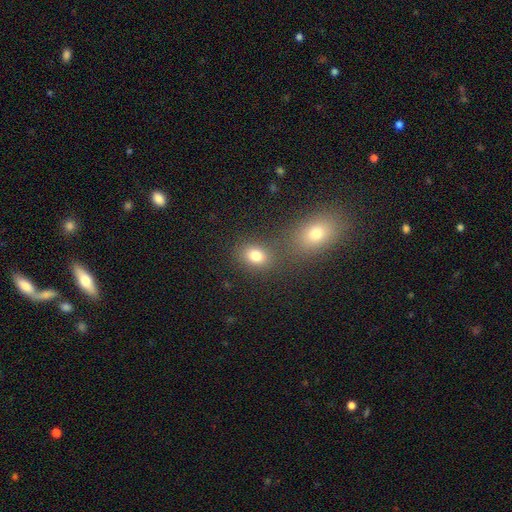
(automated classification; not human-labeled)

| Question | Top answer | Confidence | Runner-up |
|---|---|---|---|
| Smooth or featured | smooth | 79% | star or artifact (13%) |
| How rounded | in between | 53% | round (46%) |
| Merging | none | 66% | merger (20%) |